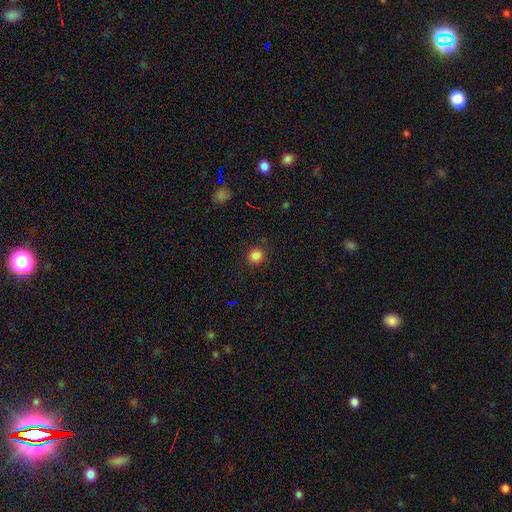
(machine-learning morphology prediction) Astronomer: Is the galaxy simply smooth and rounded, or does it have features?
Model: smooth — 84%.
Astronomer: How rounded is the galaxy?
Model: round — 89%.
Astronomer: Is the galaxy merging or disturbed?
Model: none — 89%.